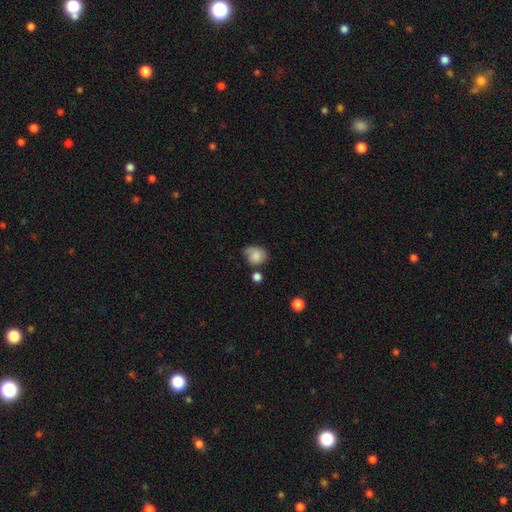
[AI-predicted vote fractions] Smooth or featured? Predicted: smooth (p=0.76). How rounded? Predicted: round (p=0.59). Merging? Predicted: none (p=0.49).